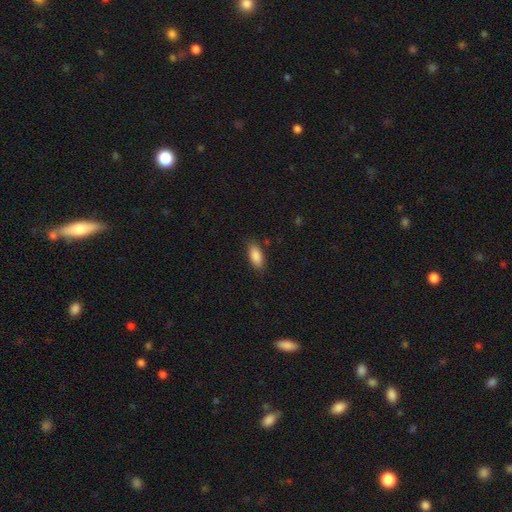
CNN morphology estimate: The model was most divided on "merging": none: 83%, minor disturbance: 12%, major disturbance: 3%, merger: 1%. More confident: smooth or featured — smooth (87%); how rounded — in between (85%).